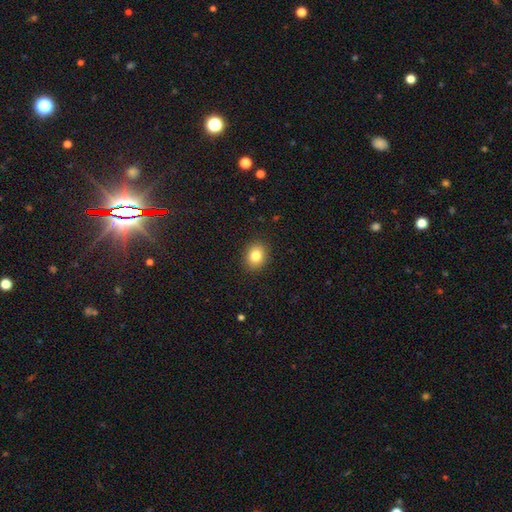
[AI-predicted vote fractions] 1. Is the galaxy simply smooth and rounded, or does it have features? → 83% smooth, 10% star or artifact, 7% featured or disk.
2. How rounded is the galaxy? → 54% round, 45% in between, 1% cigar-shaped.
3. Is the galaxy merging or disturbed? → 90% none, 7% minor disturbance, 2% major disturbance, 1% merger.